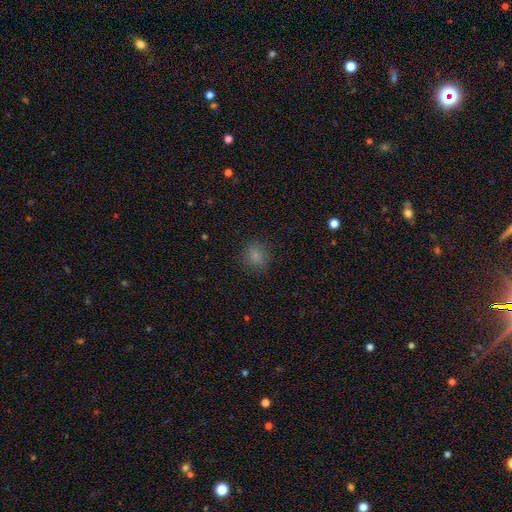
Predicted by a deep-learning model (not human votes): Overall: smooth (83%). How rounded: round (78%). Merging: none (86%).